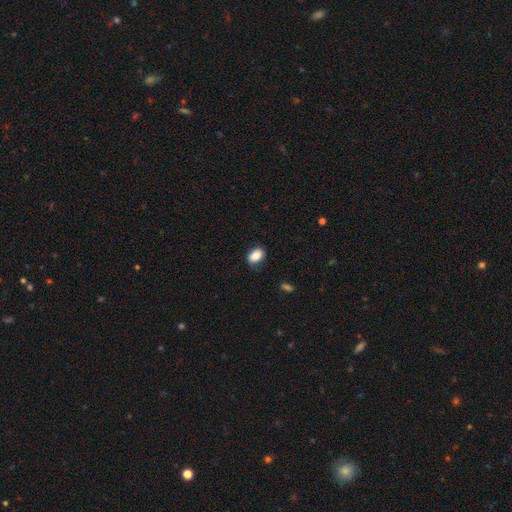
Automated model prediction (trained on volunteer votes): Smooth or featured? smooth (86%)
How rounded? in between (81%)
Merging? none (77%)